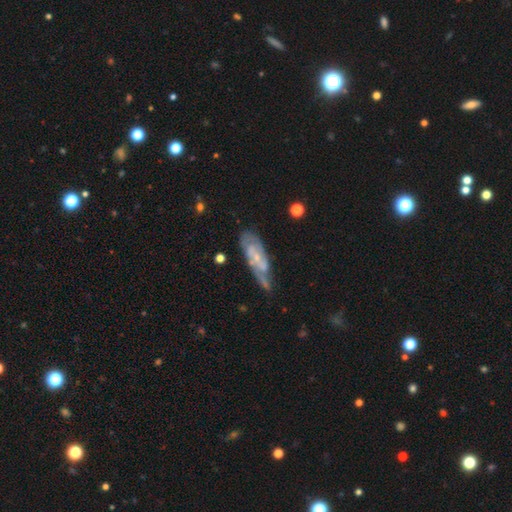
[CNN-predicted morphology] Smooth or featured?
  - featured or disk: 72% *
  - smooth: 22%
  - star or artifact: 7%
Edge-on disk?
  - no: 84% *
  - yes: 16%
Bar?
  - no: 61% *
  - weak: 31%
  - strong: 8%
Spiral arms?
  - yes: 79% *
  - no: 21%
Bulge size?
  - small: 68% *
  - moderate: 21%
  - none: 9%
  - large: 1%
  - dominant: 1%
Merging?
  - none: 52% *
  - minor disturbance: 29%
  - major disturbance: 13%
  - merger: 7%